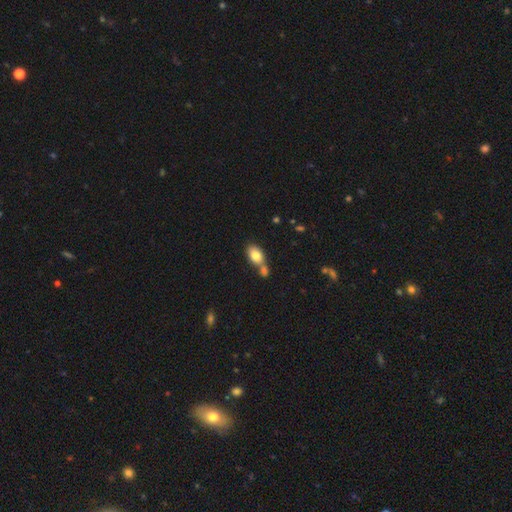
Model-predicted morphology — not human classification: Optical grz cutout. It shows a smooth galaxy with no disk features (81%) that is in between round and cigar-shaped (86%). Merging: none (43%).